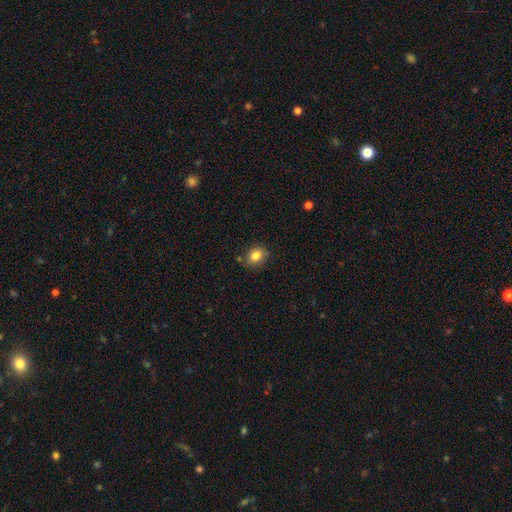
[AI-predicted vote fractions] Q: Smooth or featured?
A: smooth (84%); runner-up: star or artifact (10%)
Q: How rounded?
A: round (58%); runner-up: in between (41%)
Q: Merging?
A: none (79%); runner-up: minor disturbance (14%)